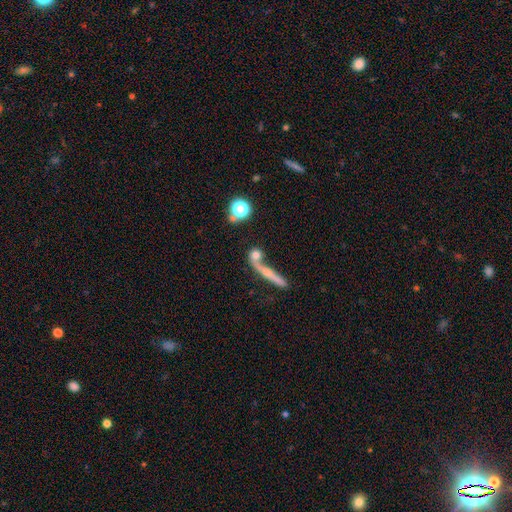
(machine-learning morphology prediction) This appears to be a smooth galaxy with no disk features (43%). Merging: none (43%).